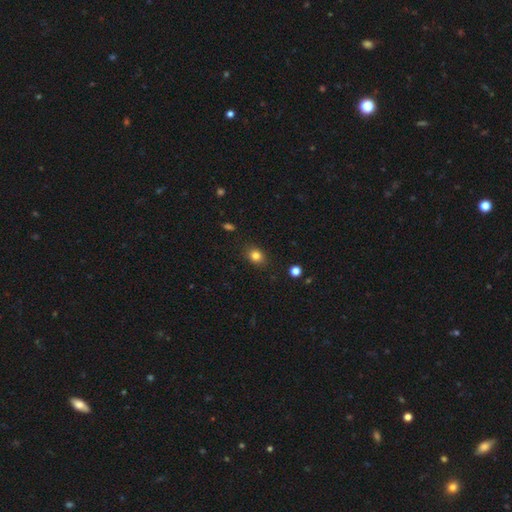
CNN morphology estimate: Smooth or featured? Predicted: smooth (p=0.83). How rounded? Predicted: in between (p=0.54). Merging? Predicted: none (p=0.87).